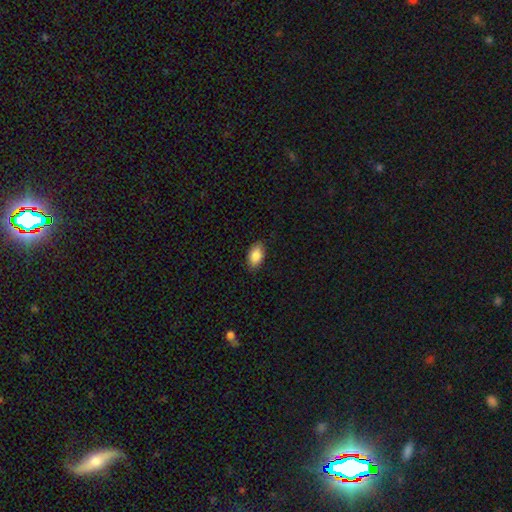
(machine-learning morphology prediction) smooth_or_featured: smooth (p=0.87) [alt: star or artifact p=0.07]
how_rounded: in between (p=0.93) [alt: round p=0.05]
merging: none (p=0.87) [alt: minor disturbance p=0.10]